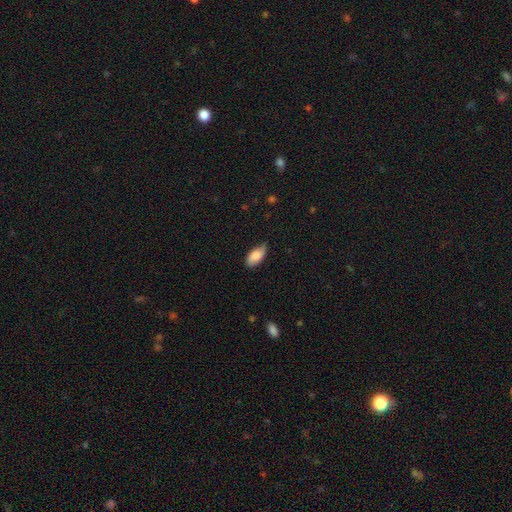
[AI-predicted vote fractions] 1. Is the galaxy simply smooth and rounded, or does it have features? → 84% smooth, 10% featured or disk, 6% star or artifact.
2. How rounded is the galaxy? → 92% in between, 6% cigar-shaped, 3% round.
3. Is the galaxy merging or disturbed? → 69% none, 25% minor disturbance, 4% major disturbance, 1% merger.